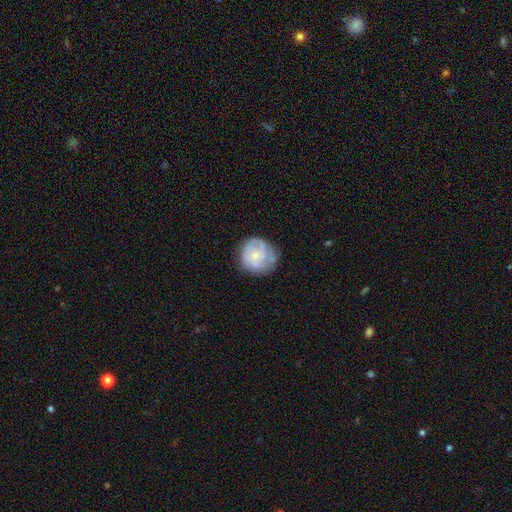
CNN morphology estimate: smooth-or-featured: featured or disk: 57% | smooth: 37% | star or artifact: 6%
  disk-edge-on: no: 98% | yes: 2%
    bar: no: 80% | weak: 17% | strong: 3%
    has-spiral-arms: yes: 70% | no: 30%
    bulge-size: small: 61% | moderate: 30% | none: 6% | large: 2% | dominant: 1%
  merging: none: 65% | minor disturbance: 24% | major disturbance: 10% | merger: 2%